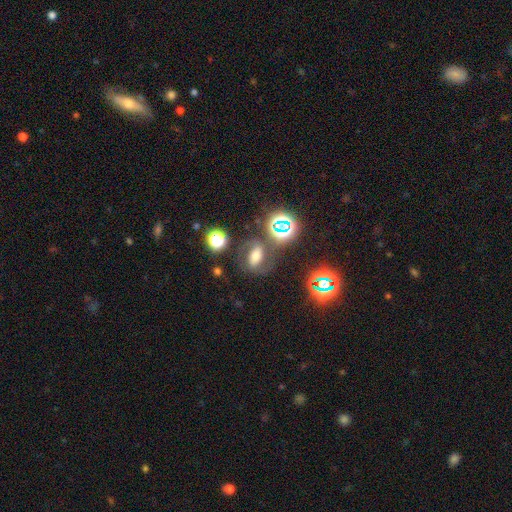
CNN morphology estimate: Smooth or featured? featured or disk (45%)
Merging? none (64%)